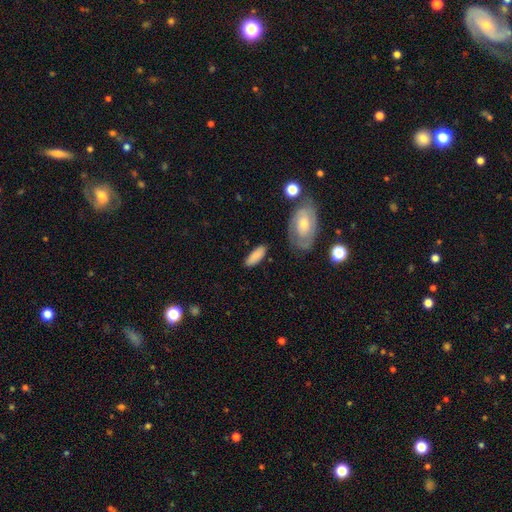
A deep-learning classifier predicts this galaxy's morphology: smooth_or_featured: smooth (p=0.84) [alt: featured or disk p=0.10]
how_rounded: in between (p=0.72) [alt: cigar-shaped p=0.26]
merging: none (p=0.81) [alt: minor disturbance p=0.13]